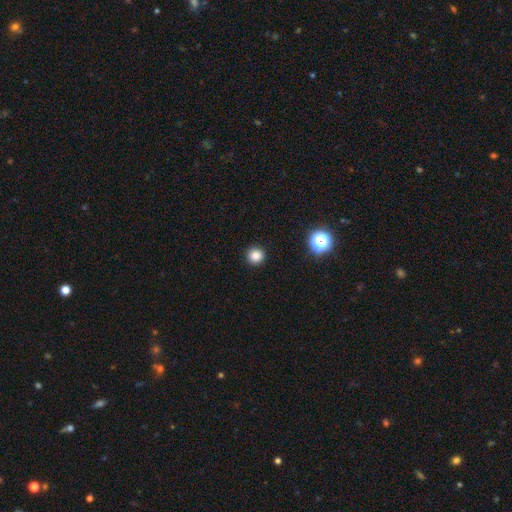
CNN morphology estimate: Overall: smooth (83%). How rounded: round (95%). Merging: none (93%).